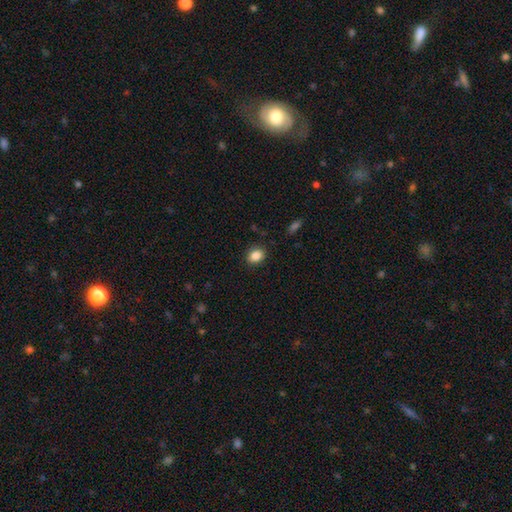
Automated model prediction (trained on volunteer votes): Smooth or featured: smooth — 87% (star or artifact — 9%)
How rounded: in between — 57% (round — 42%)
Merging: none — 87% (minor disturbance — 9%)